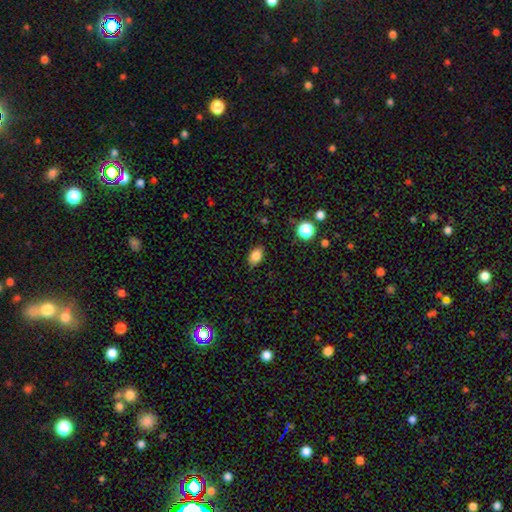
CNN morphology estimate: Smooth or featured?
  - smooth: 84% *
  - star or artifact: 10%
  - featured or disk: 6%
How rounded?
  - in between: 82% *
  - round: 17%
  - cigar-shaped: 1%
Merging?
  - none: 85% *
  - minor disturbance: 12%
  - major disturbance: 3%
  - merger: 1%